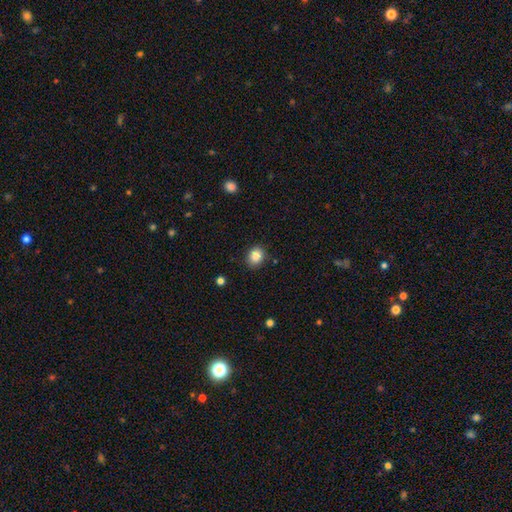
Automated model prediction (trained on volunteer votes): Morphology: type=smooth (86%); roundness=round (66%); merging=none (86%).